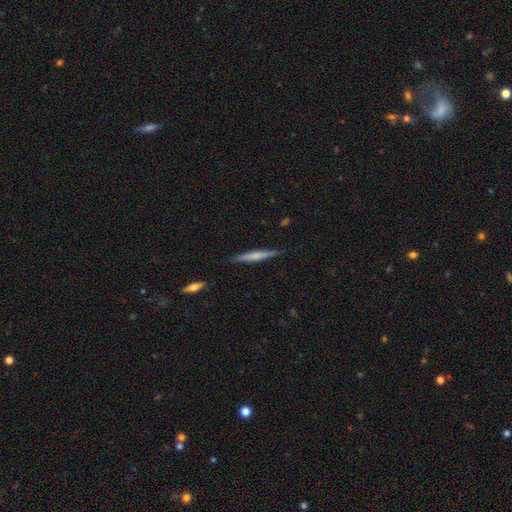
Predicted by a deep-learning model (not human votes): smooth 53%, featured or disk 41%, star or artifact 6%. Down the decision tree: how rounded — cigar-shaped (95%); merging — none (88%).